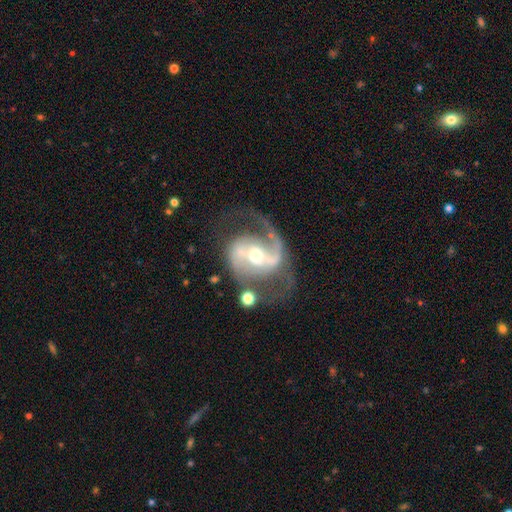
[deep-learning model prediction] Smooth or featured?
  - featured or disk: 90% *
  - star or artifact: 5%
  - smooth: 5%
Edge-on disk?
  - no: 98% *
  - yes: 2%
Bar?
  - weak: 42% *
  - strong: 35%
  - no: 23%
Spiral arms?
  - yes: 97% *
  - no: 3%
Spiral winding?
  - medium: 57% *
  - loose: 27%
  - tight: 16%
Spiral arm count?
  - 2: 88% *
  - 1: 5%
  - can't tell: 3%
  - 3: 2%
  - 4: 1%
  - more than 4: 1%
Bulge size?
  - moderate: 60% *
  - small: 33%
  - large: 5%
  - none: 1%
  - dominant: 1%
Merging?
  - none: 62% *
  - minor disturbance: 17%
  - major disturbance: 15%
  - merger: 6%